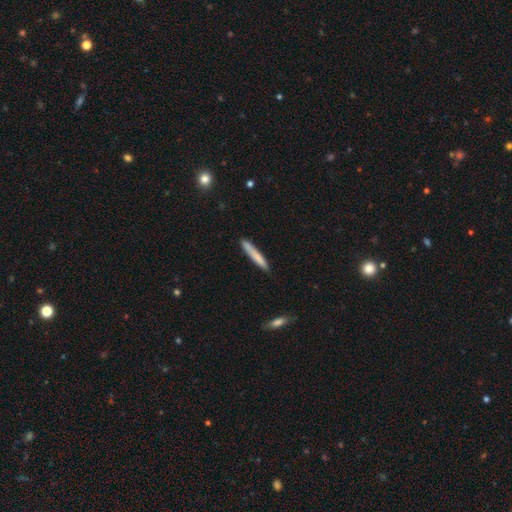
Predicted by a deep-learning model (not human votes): A smooth galaxy with no disk features (77%) that is cigar-shaped (95%).

Vote fractions:
- Smooth or featured? smooth: 77% / featured or disk: 17% / star or artifact: 6%
- How rounded? cigar-shaped: 95% / in between: 4% / round: 1%
- Merging? none: 84% / minor disturbance: 12% / merger: 2% / major disturbance: 2%